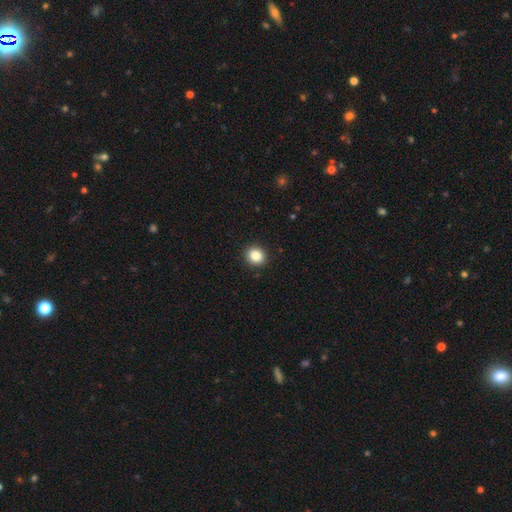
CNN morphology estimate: type=smooth (85%); roundness=round (79%); merging=none (91%).